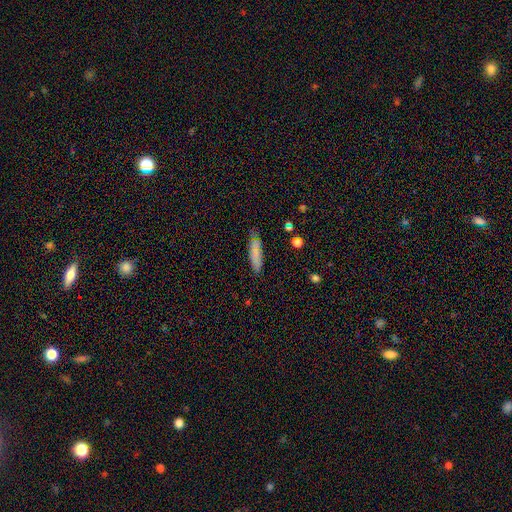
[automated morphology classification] smooth 76%, featured or disk 14%, star or artifact 9%. Down the decision tree: how rounded — cigar-shaped (59%); merging — none (73%).